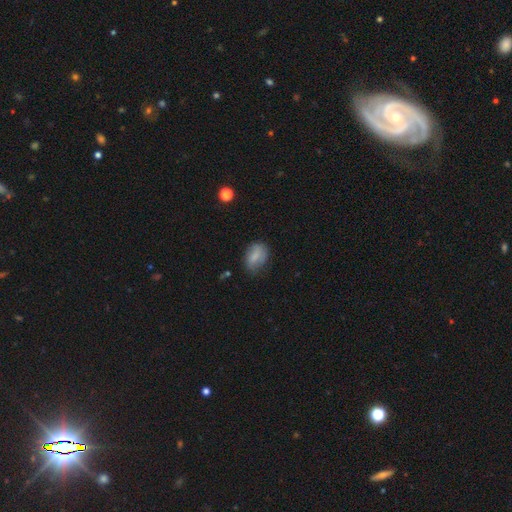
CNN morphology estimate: Smooth or featured: smooth — 76% (featured or disk — 15%)
How rounded: in between — 82% (round — 15%)
Merging: none — 62% (minor disturbance — 28%)